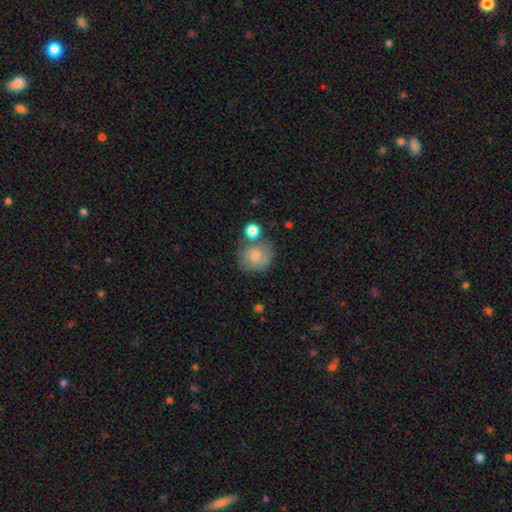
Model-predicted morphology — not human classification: This is possibly a smooth galaxy (52%). How rounded: likely round (78%). Merging: possibly none (56%).